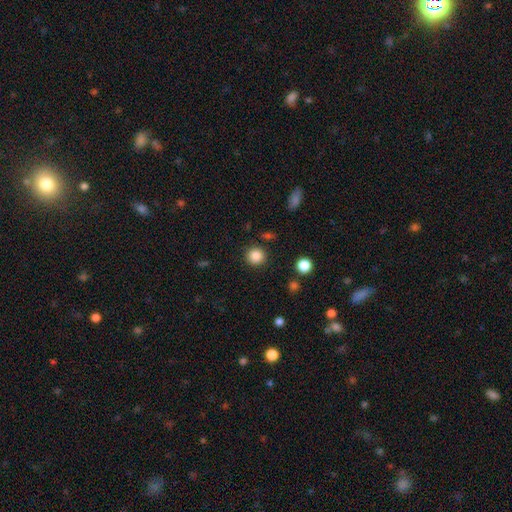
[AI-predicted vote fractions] smooth 86%, star or artifact 10%, featured or disk 4%. Down the decision tree: how rounded — round (93%); merging — none (89%).